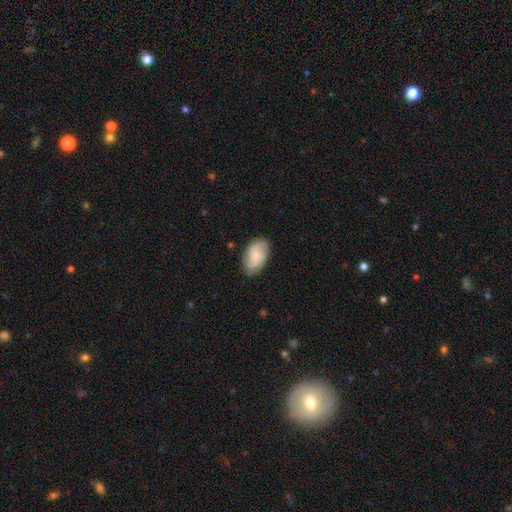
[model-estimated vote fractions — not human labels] Smooth or featured?
  - smooth: 52% *
  - featured or disk: 41%
  - star or artifact: 7%
How rounded?
  - in between: 92% *
  - round: 6%
  - cigar-shaped: 2%
Merging?
  - none: 77% *
  - minor disturbance: 18%
  - major disturbance: 4%
  - merger: 1%